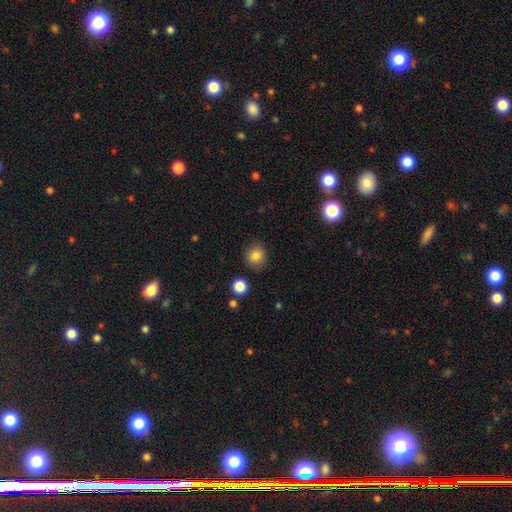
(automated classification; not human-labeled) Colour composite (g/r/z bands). It shows a smooth galaxy with no disk features (84%) that is round (83%). Merging: none (86%).